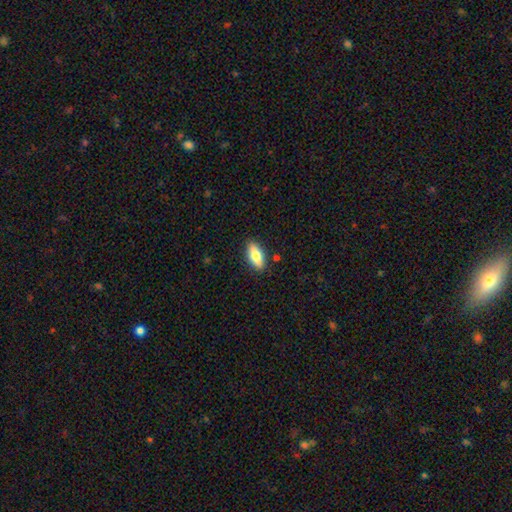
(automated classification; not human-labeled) A smooth galaxy with no disk features (70%) that is in between round and cigar-shaped (80%).

Vote fractions:
- Smooth or featured? smooth: 70% / featured or disk: 24% / star or artifact: 7%
- How rounded? in between: 80% / cigar-shaped: 17% / round: 3%
- Merging? none: 87% / minor disturbance: 9% / major disturbance: 2% / merger: 2%